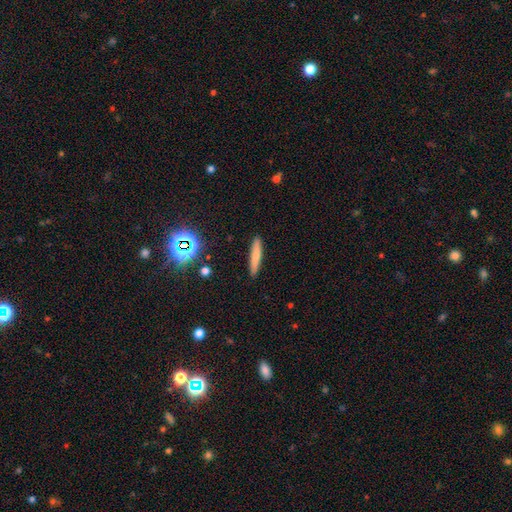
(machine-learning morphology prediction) A smooth galaxy with no disk features (71%) that is cigar-shaped (91%).

Vote fractions:
- Smooth or featured? smooth: 71% / featured or disk: 20% / star or artifact: 9%
- How rounded? cigar-shaped: 91% / in between: 8% / round: 2%
- Merging? none: 90% / minor disturbance: 7% / major disturbance: 2% / merger: 1%